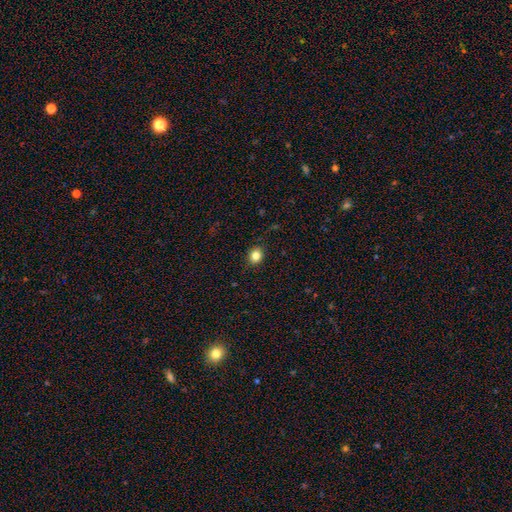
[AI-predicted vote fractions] A smooth galaxy with no disk features (84%) that is round (66%). Merging: none (89%).